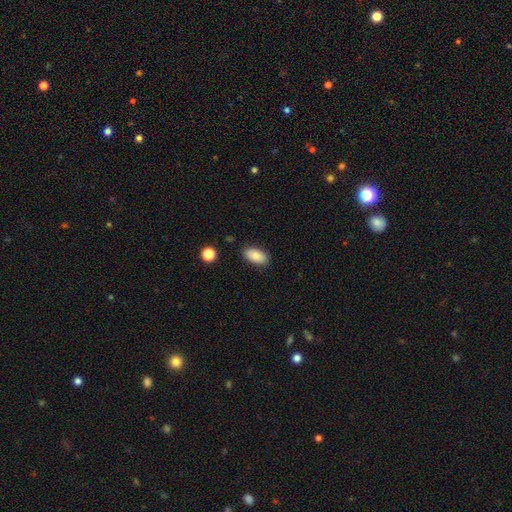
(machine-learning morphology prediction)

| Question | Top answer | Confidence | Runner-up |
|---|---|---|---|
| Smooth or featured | smooth | 86% | star or artifact (7%) |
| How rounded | in between | 93% | round (4%) |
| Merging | none | 85% | minor disturbance (11%) |